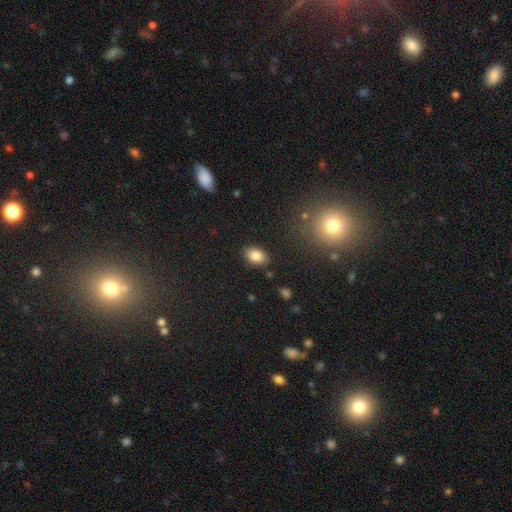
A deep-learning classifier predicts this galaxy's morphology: Smooth or featured?
  - smooth: 84% *
  - star or artifact: 9%
  - featured or disk: 7%
How rounded?
  - in between: 89% *
  - round: 10%
  - cigar-shaped: 1%
Merging?
  - none: 86% *
  - minor disturbance: 10%
  - major disturbance: 3%
  - merger: 2%